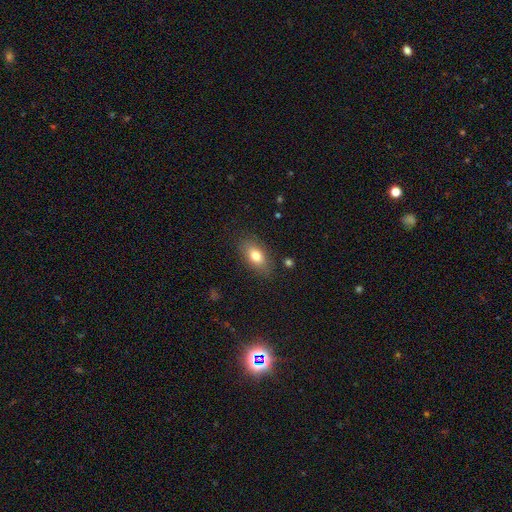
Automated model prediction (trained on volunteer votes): A smooth galaxy with no disk features (77%) that is in between round and cigar-shaped (87%).

Vote fractions:
- Smooth or featured? smooth: 77% / featured or disk: 15% / star or artifact: 8%
- How rounded? in between: 87% / round: 8% / cigar-shaped: 5%
- Merging? none: 84% / minor disturbance: 12% / major disturbance: 3% / merger: 1%